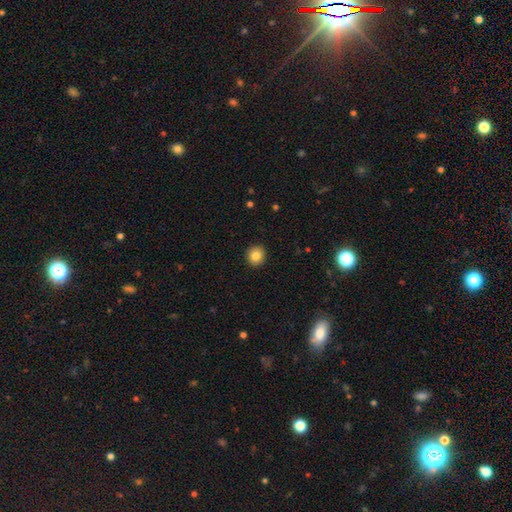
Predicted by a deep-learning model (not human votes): smooth 83%, star or artifact 10%, featured or disk 7%. Down the decision tree: how rounded — round (88%); merging — none (93%).